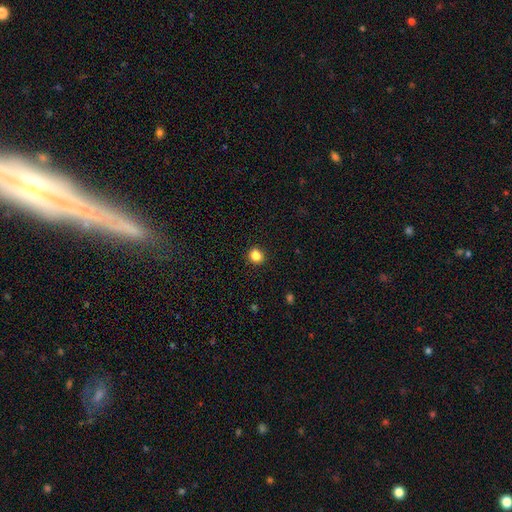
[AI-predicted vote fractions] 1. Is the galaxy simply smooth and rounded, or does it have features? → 86% smooth, 11% star or artifact, 3% featured or disk.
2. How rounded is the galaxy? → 78% round, 21% in between, 1% cigar-shaped.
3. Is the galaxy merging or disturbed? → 90% none, 7% minor disturbance, 2% major disturbance, 1% merger.